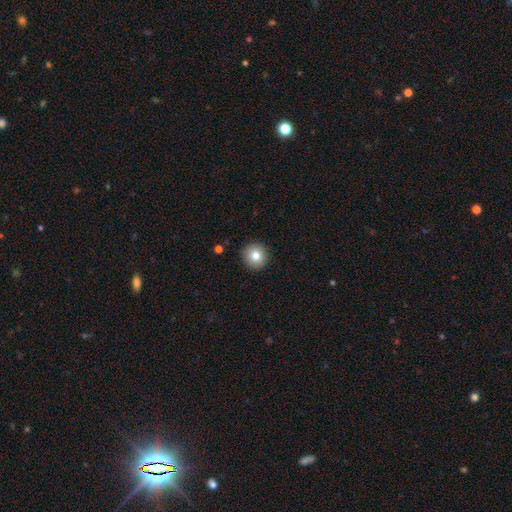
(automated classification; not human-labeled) Smooth or featured? smooth (80%)
How rounded? round (95%)
Merging? none (92%)